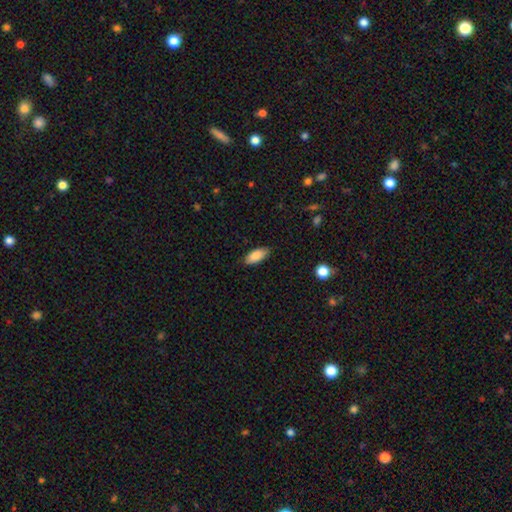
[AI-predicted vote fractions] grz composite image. It shows a smooth galaxy with no disk features (87%) that is in between round and cigar-shaped (88%). Merging: none (86%).